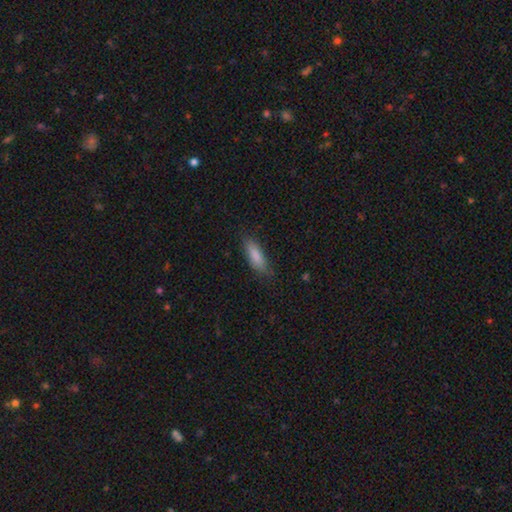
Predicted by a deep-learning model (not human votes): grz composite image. It shows a smooth galaxy with no disk features (85%) that is in between round and cigar-shaped (61%). Merging: none (76%).